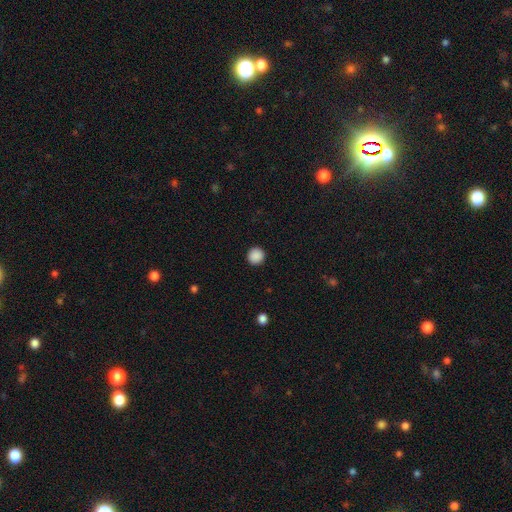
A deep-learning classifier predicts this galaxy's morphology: Overall: smooth (89%). How rounded: round (95%). Merging: none (93%).